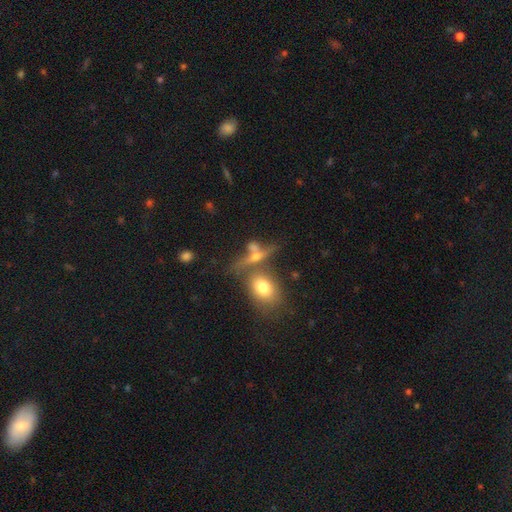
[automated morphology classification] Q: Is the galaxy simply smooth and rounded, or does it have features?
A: featured or disk — 44%.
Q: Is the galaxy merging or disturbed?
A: none — 45%.